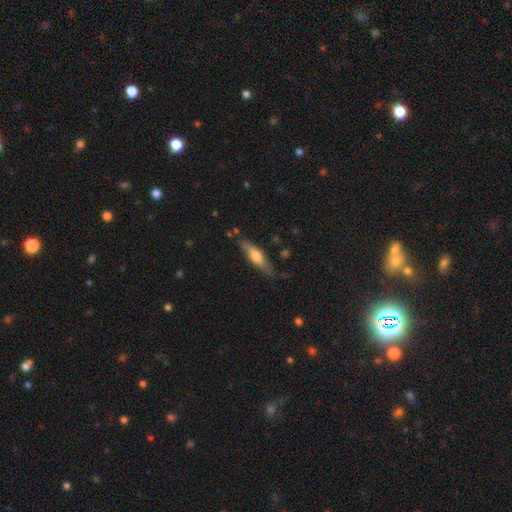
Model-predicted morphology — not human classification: smooth-or-featured: smooth: 56% | featured or disk: 38% | star or artifact: 6%
  how-rounded: cigar-shaped: 68% | in between: 30% | round: 2%
  merging: none: 76% | minor disturbance: 18% | major disturbance: 4% | merger: 3%